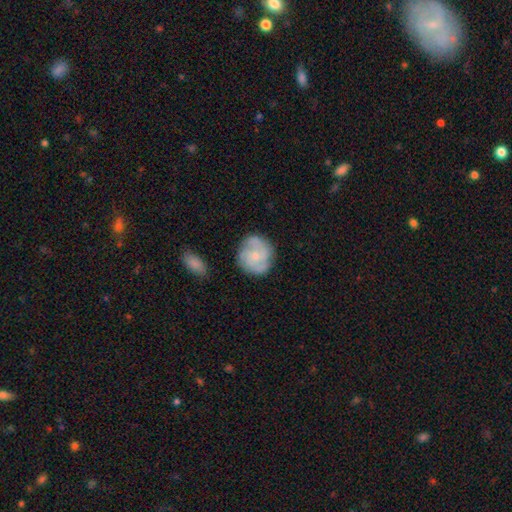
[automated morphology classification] Q: Smooth or featured?
A: featured or disk (68%); runner-up: smooth (26%)
Q: Edge-on disk?
A: no (98%); runner-up: yes (2%)
Q: Bar?
A: no (74%); runner-up: weak (23%)
Q: Spiral arms?
A: yes (91%); runner-up: no (9%)
Q: Spiral winding?
A: tight (44%); runner-up: medium (43%)
Q: Spiral arm count?
A: 3 (42%); runner-up: 2 (23%)
Q: Bulge size?
A: small (60%); runner-up: moderate (30%)
Q: Merging?
A: none (79%); runner-up: minor disturbance (15%)